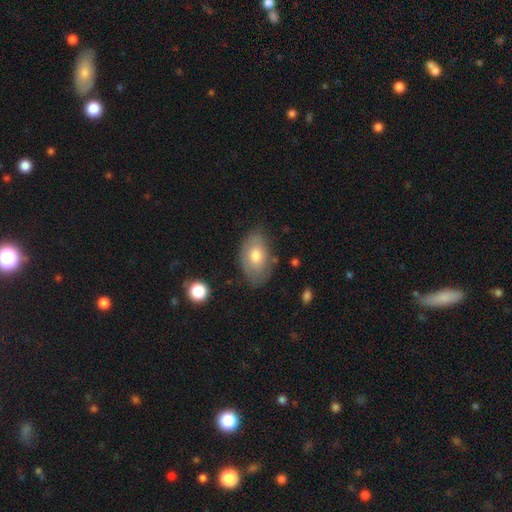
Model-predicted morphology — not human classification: The model was most divided on "smooth or featured": smooth: 66%, featured or disk: 27%, star or artifact: 7%. More confident: how rounded — in between (91%); merging — none (71%).